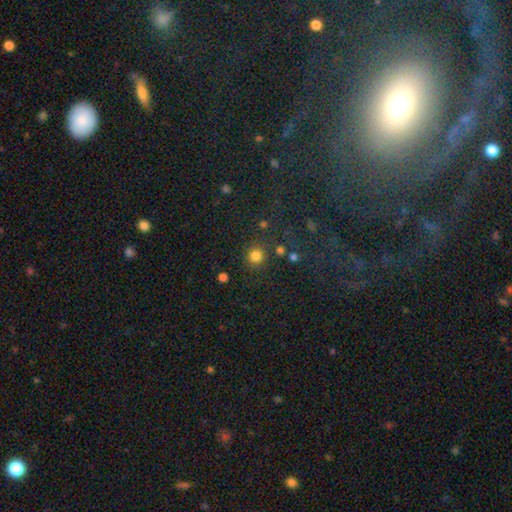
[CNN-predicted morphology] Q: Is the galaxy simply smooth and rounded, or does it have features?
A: smooth — 80%.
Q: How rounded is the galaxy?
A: round — 92%.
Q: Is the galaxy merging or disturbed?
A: none — 81%.